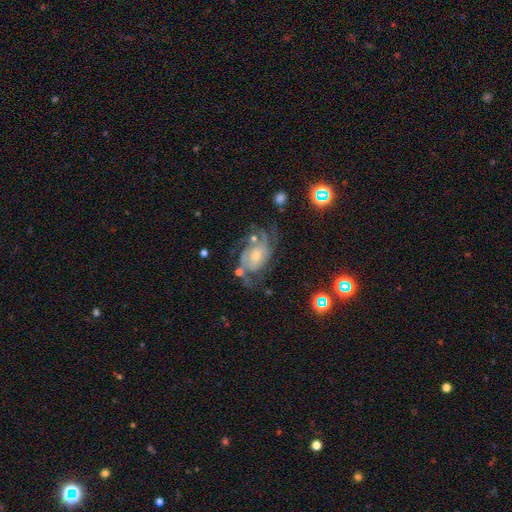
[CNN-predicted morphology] type=featured or disk (79%); edge-on=no (97%); bar=no (67%); spiral arms=yes (91%); winding=medium (46%); arm count=2 (41%); bulge=moderate (45%); merging=none (49%).